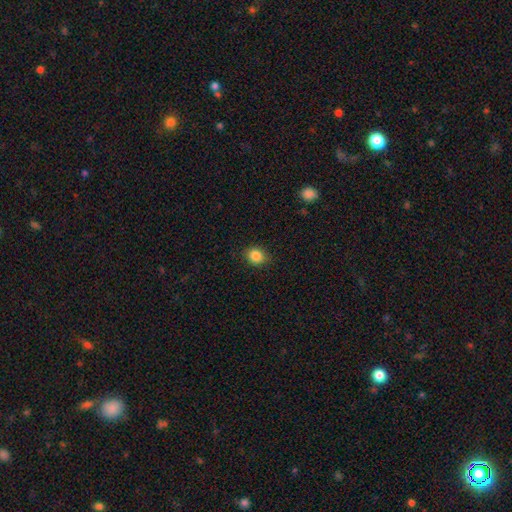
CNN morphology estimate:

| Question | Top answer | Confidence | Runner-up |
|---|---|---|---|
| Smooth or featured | smooth | 86% | star or artifact (10%) |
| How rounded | round | 61% | in between (38%) |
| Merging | none | 87% | minor disturbance (9%) |